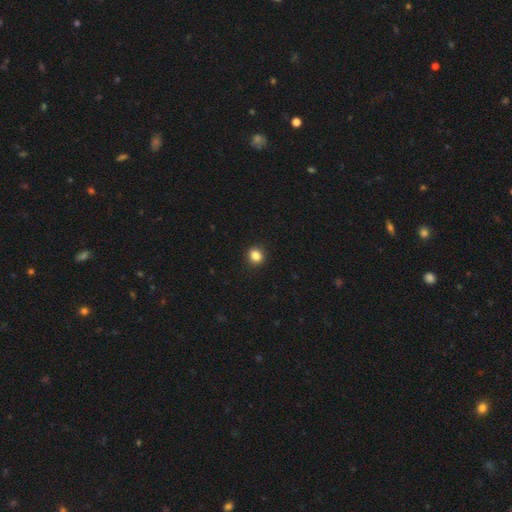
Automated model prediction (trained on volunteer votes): The model was most divided on "how rounded": round: 79%, in between: 20%, cigar-shaped: 1%. More confident: merging — none (92%); smooth or featured — smooth (85%).